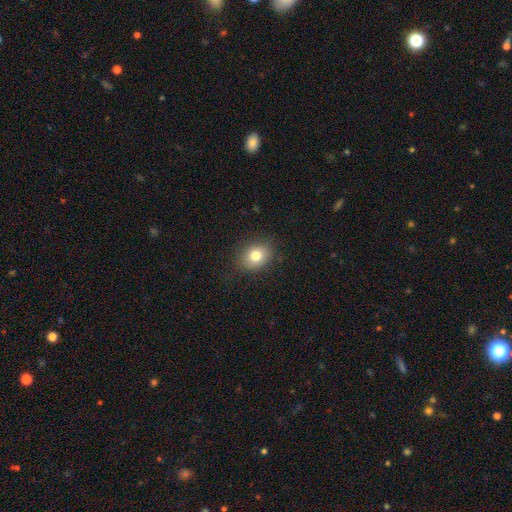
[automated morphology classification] The model was most divided on "how rounded": in between: 50%, round: 49%, cigar-shaped: 1%. More confident: merging — none (86%); smooth or featured — smooth (78%).